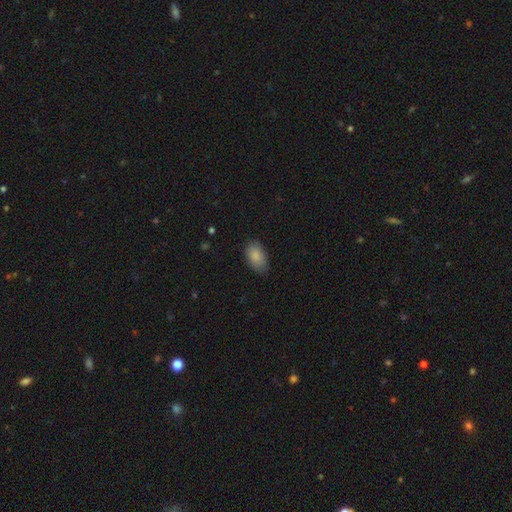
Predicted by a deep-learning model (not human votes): Smooth or featured?
  - smooth: 87% *
  - star or artifact: 7%
  - featured or disk: 6%
How rounded?
  - in between: 93% *
  - round: 5%
  - cigar-shaped: 2%
Merging?
  - none: 78% *
  - minor disturbance: 18%
  - major disturbance: 4%
  - merger: 1%